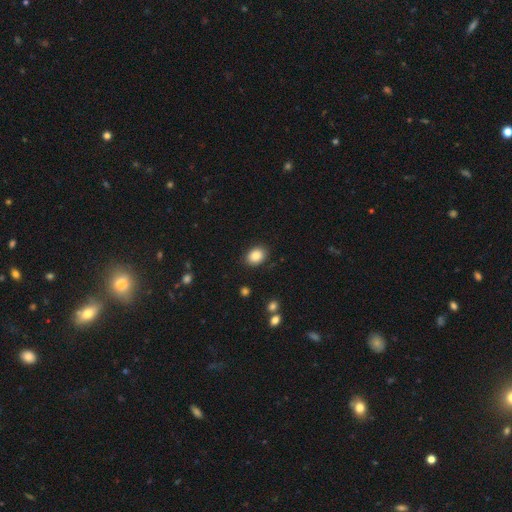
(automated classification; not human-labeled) Smooth or featured? Predicted: smooth (p=0.86). How rounded? Predicted: in between (p=0.64). Merging? Predicted: none (p=0.88).